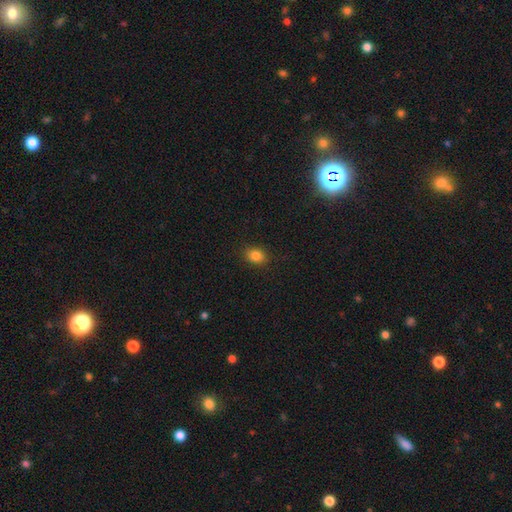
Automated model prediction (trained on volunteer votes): The model was most divided on "how rounded": in between: 54%, round: 44%, cigar-shaped: 1%. More confident: merging — none (89%); smooth or featured — smooth (84%).